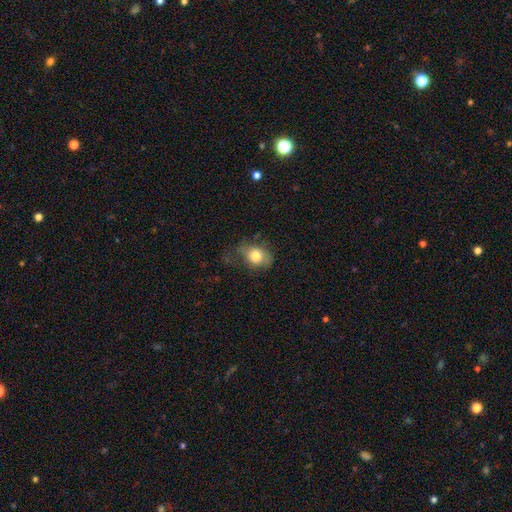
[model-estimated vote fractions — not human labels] Smooth or featured? Predicted: smooth (p=0.77). How rounded? Predicted: in between (p=0.57). Merging? Predicted: none (p=0.50).